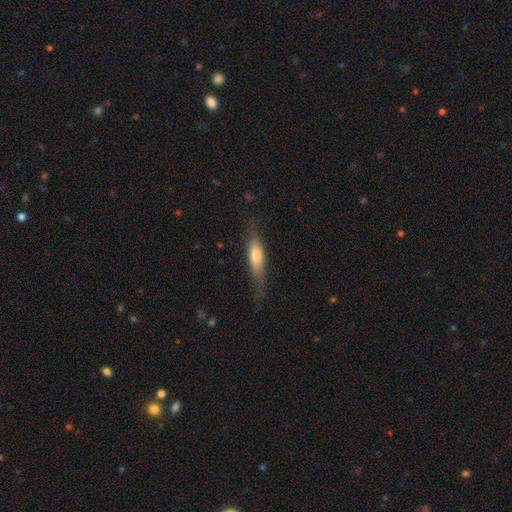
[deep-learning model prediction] smooth-or-featured: smooth: 55% | featured or disk: 38% | star or artifact: 7%
  how-rounded: cigar-shaped: 67% | in between: 30% | round: 2%
  merging: none: 64% | minor disturbance: 24% | major disturbance: 10% | merger: 2%